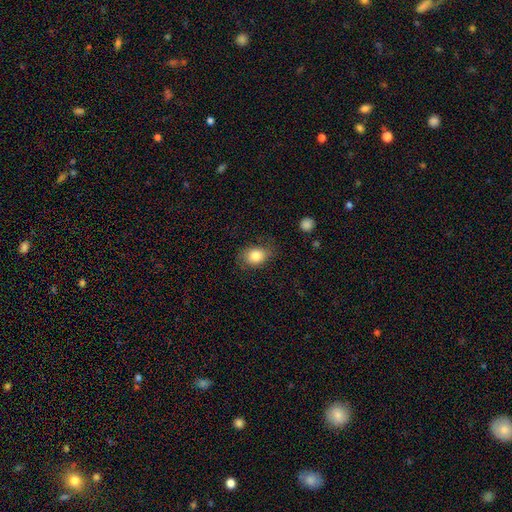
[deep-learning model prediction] A smooth galaxy with no disk features (82%) that is in between round and cigar-shaped (65%). Merging: none (69%).